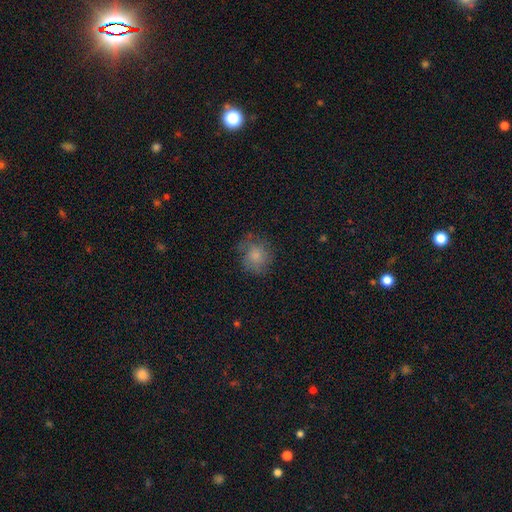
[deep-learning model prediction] smooth 72%, featured or disk 18%, star or artifact 10%. Down the decision tree: how rounded — round (84%); merging — none (69%).